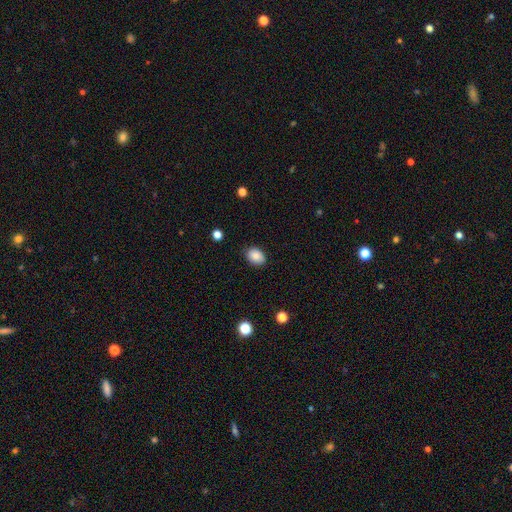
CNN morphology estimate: smooth_or_featured: smooth (p=0.87) [alt: star or artifact p=0.08]
how_rounded: in between (p=0.73) [alt: round p=0.26]
merging: none (p=0.86) [alt: minor disturbance p=0.10]